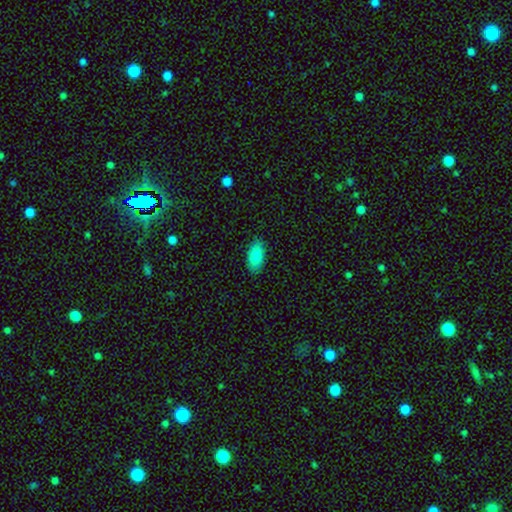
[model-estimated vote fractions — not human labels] Smooth or featured?
  - smooth: 89% *
  - star or artifact: 6%
  - featured or disk: 5%
How rounded?
  - in between: 93% *
  - cigar-shaped: 5%
  - round: 2%
Merging?
  - none: 88% *
  - minor disturbance: 9%
  - major disturbance: 2%
  - merger: 1%